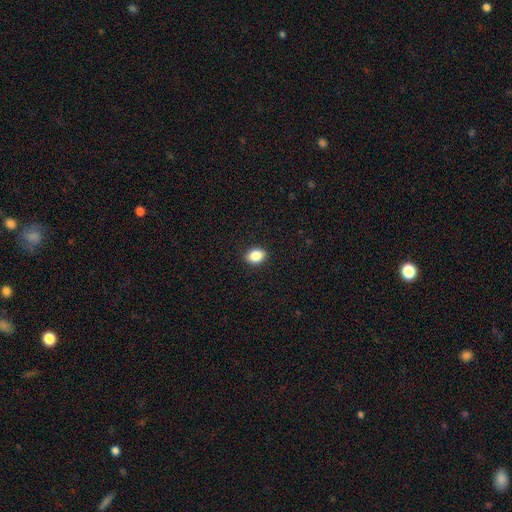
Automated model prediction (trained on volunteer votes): A smooth galaxy with no disk features (87%) that is in between round and cigar-shaped (65%). Merging: none (91%).